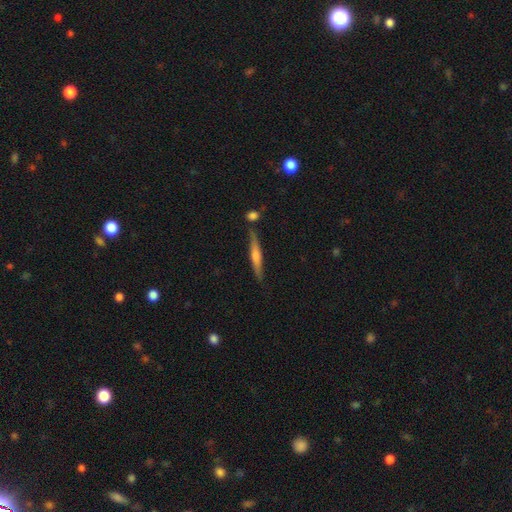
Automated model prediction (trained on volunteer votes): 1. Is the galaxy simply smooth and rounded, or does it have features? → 64% featured or disk, 30% smooth, 7% star or artifact.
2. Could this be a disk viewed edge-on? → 97% yes, 3% no.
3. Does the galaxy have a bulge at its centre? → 73% rounded, 16% none, 11% boxy.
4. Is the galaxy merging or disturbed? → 84% none, 10% minor disturbance, 4% merger, 2% major disturbance.